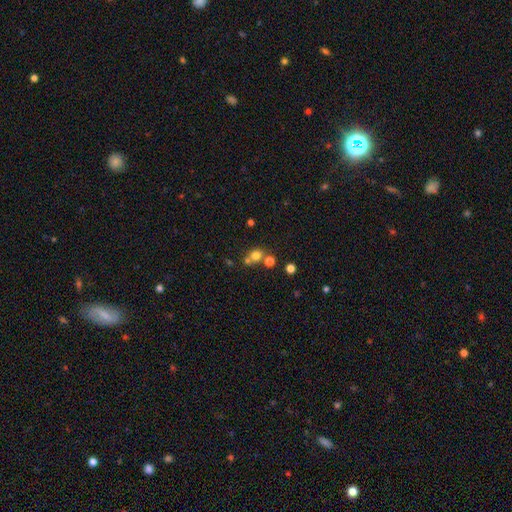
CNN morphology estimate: Smooth or featured? smooth (71%)
How rounded? round (73%)
Merging? none (51%)